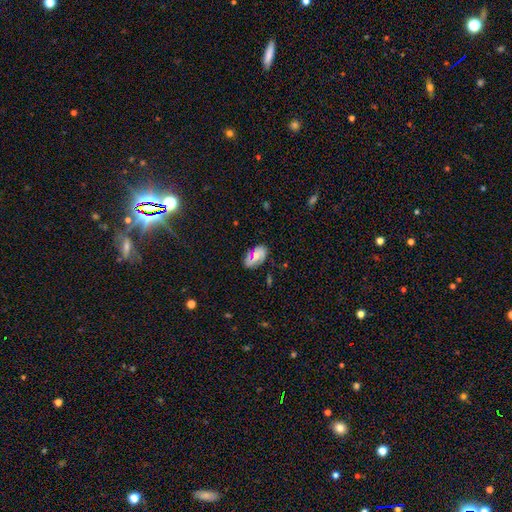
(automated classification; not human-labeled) Q: Smooth or featured?
A: featured or disk (44%); runner-up: smooth (43%)
Q: Merging?
A: none (77%); runner-up: minor disturbance (16%)